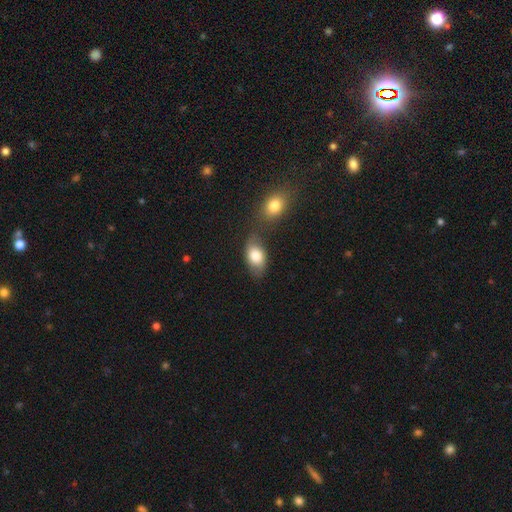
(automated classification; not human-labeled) The model was most divided on "merging": none: 58%, merger: 19%, minor disturbance: 17%, major disturbance: 6%. More confident: how rounded — in between (87%); smooth or featured — smooth (80%).